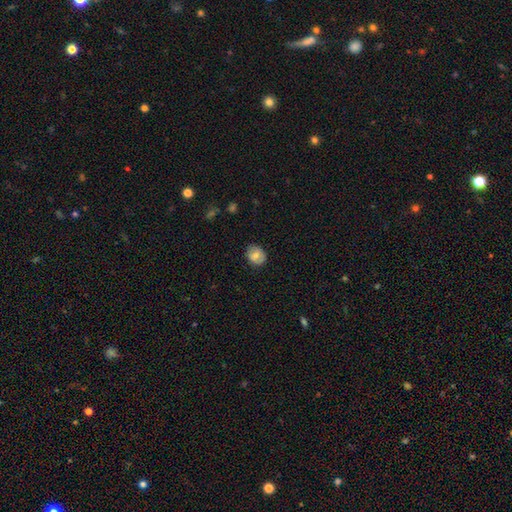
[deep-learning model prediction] smooth_or_featured: smooth (p=0.72) [alt: featured or disk p=0.20]
how_rounded: round (p=0.55) [alt: in between p=0.44]
merging: none (p=0.79) [alt: minor disturbance p=0.16]